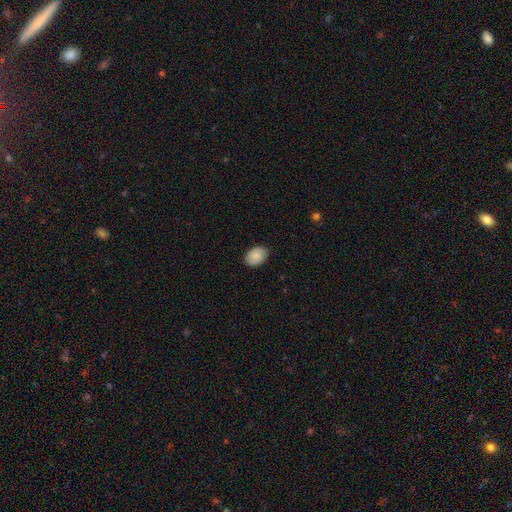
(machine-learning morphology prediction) This appears to be a smooth galaxy with no disk features (86%) that is in between round and cigar-shaped (79%). Merging: none (84%).